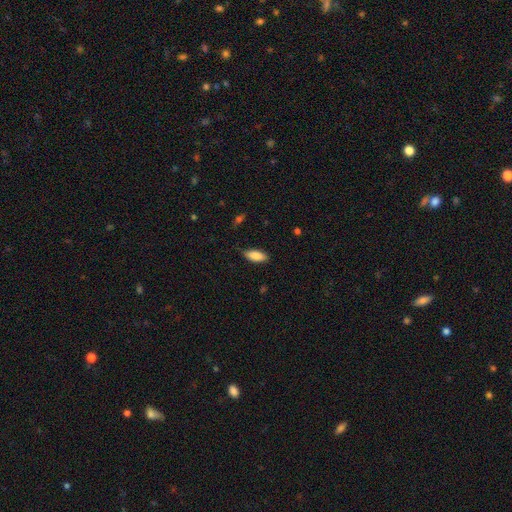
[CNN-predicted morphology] Smooth or featured: smooth — 86% (featured or disk — 8%)
How rounded: in between — 82% (cigar-shaped — 16%)
Merging: none — 81% (minor disturbance — 16%)